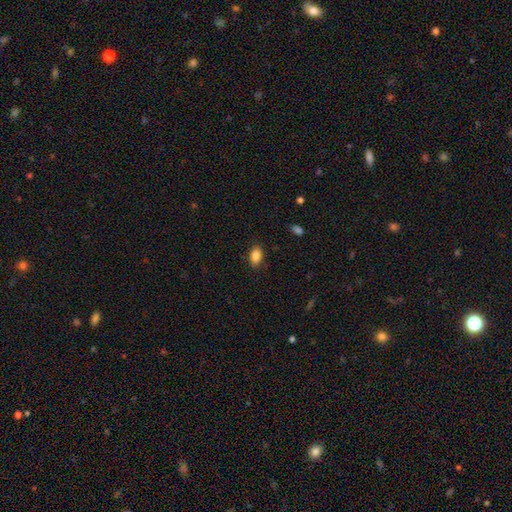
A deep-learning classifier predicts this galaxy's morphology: smooth-or-featured: smooth: 87% | star or artifact: 8% | featured or disk: 4%
  how-rounded: in between: 89% | round: 9% | cigar-shaped: 2%
  merging: none: 84% | minor disturbance: 12% | major disturbance: 3% | merger: 1%